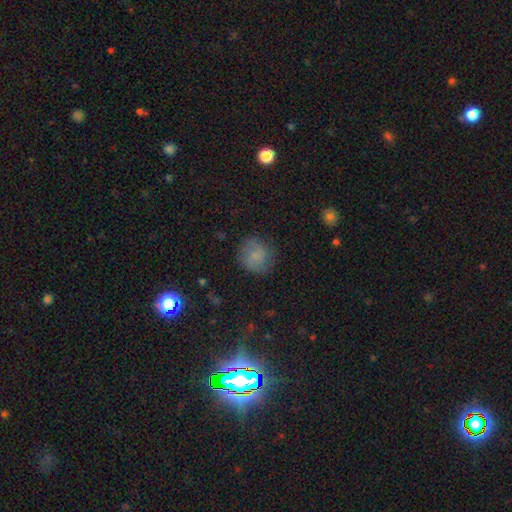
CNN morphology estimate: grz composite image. It shows a smooth galaxy with no disk features (64%) that is round (83%). Merging: none (78%).